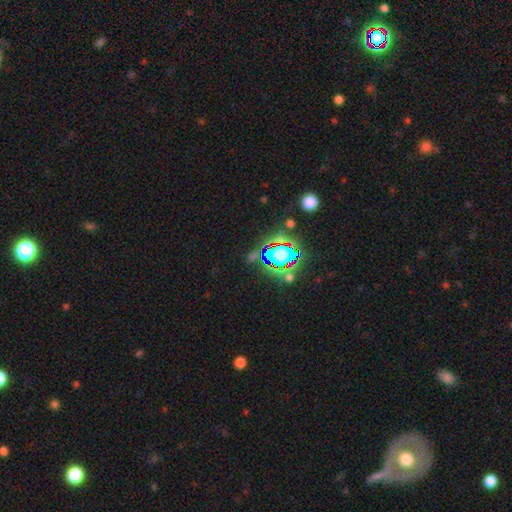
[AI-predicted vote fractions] A star or artifact, not a galaxy (72%).

Vote fractions:
- Smooth or featured? star or artifact: 72% / smooth: 18% / featured or disk: 11%